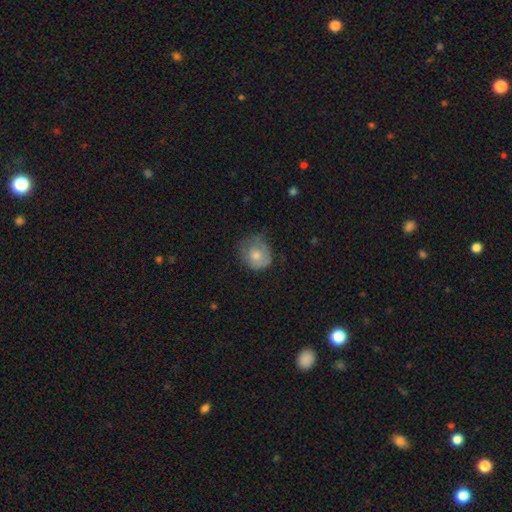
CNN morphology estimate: smooth 64%, featured or disk 27%, star or artifact 9%. Down the decision tree: how rounded — round (78%); merging — none (57%).